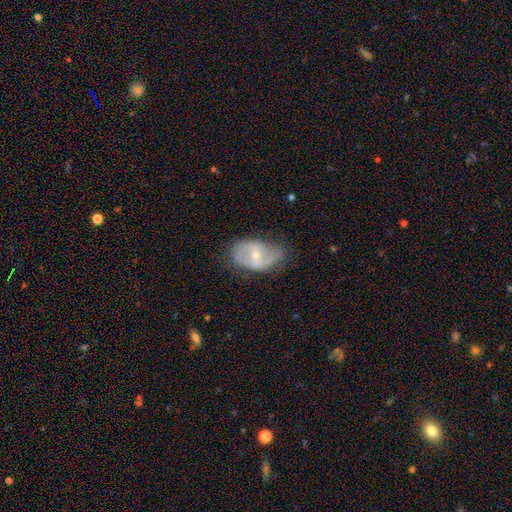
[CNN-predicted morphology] type=featured or disk (67%); edge-on=no (95%); bar=no (42%); spiral arms=yes (73%); bulge=small (56%); merging=none (57%).